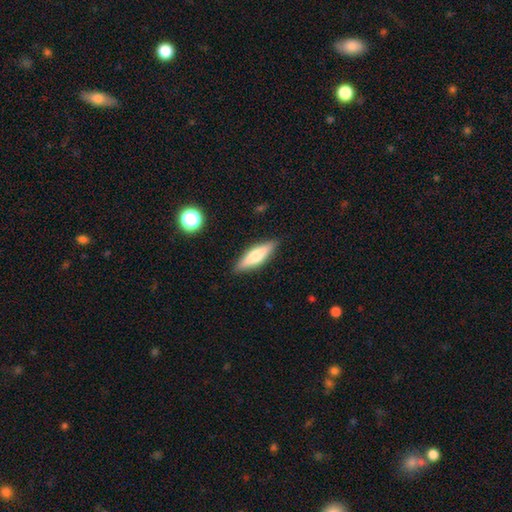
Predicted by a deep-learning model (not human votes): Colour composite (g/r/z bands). It shows a smooth galaxy with no disk features (55%) that is cigar-shaped (60%). Merging: none (88%).